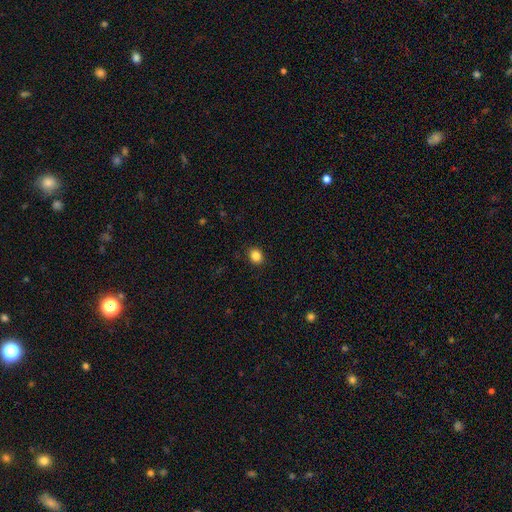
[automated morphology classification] Overall: smooth (85%). How rounded: round (73%). Merging: none (91%).